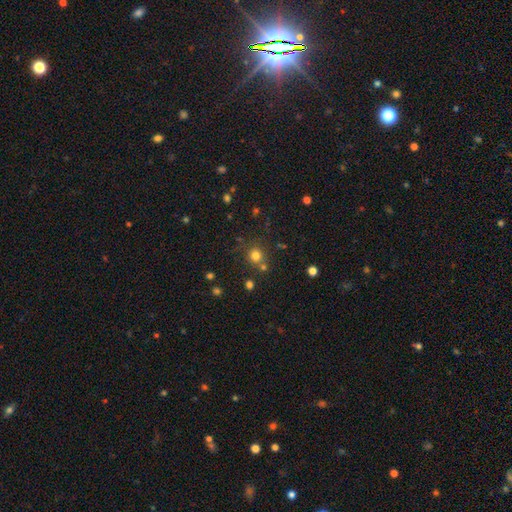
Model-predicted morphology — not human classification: smooth 76%, star or artifact 17%, featured or disk 7%. Down the decision tree: how rounded — round (90%); merging — none (74%).